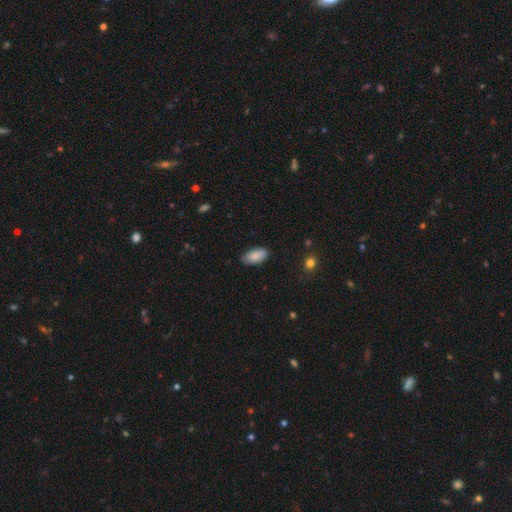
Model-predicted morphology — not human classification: A smooth galaxy with no disk features (82%) that is in between round and cigar-shaped (94%).

Vote fractions:
- Smooth or featured? smooth: 82% / featured or disk: 11% / star or artifact: 6%
- How rounded? in between: 94% / cigar-shaped: 3% / round: 2%
- Merging? none: 83% / minor disturbance: 14% / major disturbance: 2% / merger: 1%